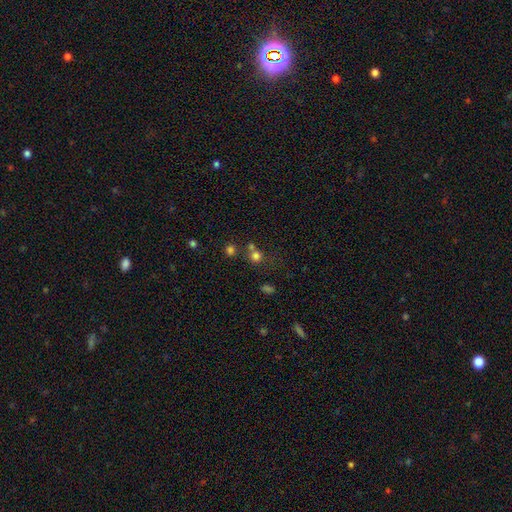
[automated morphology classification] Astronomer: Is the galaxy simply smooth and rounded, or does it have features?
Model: smooth — 71%.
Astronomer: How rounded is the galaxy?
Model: round — 85%.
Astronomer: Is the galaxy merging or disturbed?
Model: none — 54% (runner-up: merger, 31%).